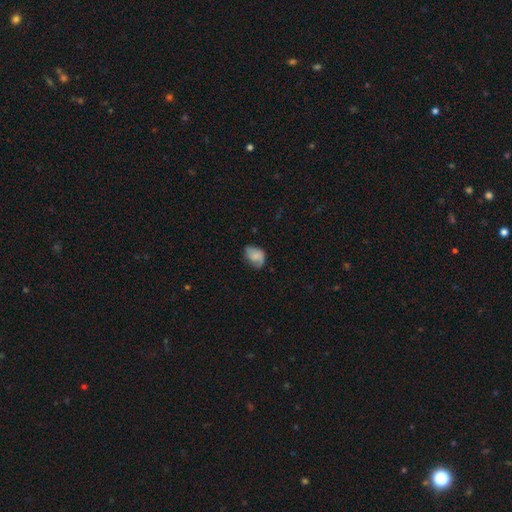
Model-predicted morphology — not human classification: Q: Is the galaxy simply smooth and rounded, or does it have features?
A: smooth — 59%.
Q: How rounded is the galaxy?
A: in between — 72%.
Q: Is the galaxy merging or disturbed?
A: none — 51%.